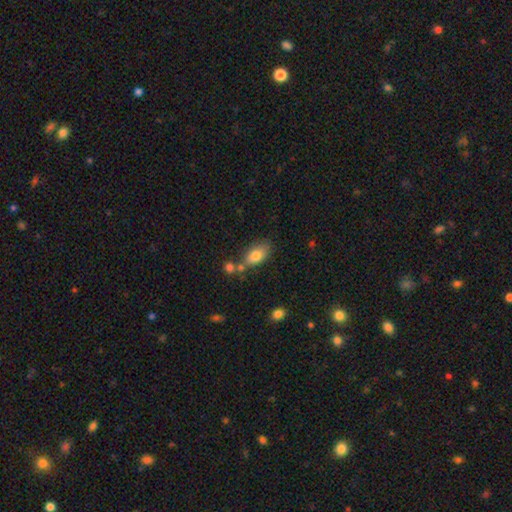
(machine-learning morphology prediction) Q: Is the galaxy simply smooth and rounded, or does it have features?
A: smooth — 80%.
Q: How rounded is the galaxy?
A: in between — 90%.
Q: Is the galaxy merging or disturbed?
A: none — 58%.